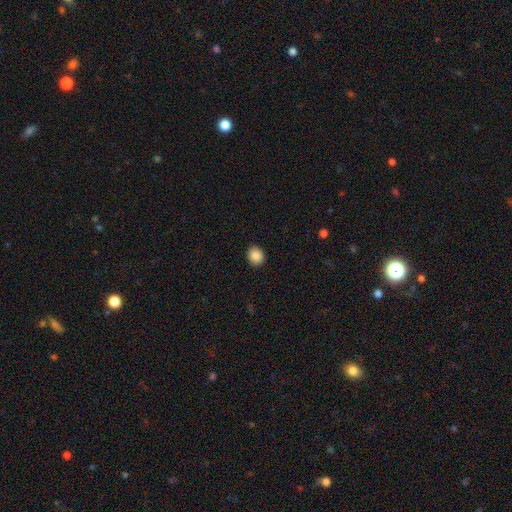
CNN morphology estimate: This is clearly a smooth galaxy (88%). How rounded: likely round (76%). Merging: clearly none (91%).